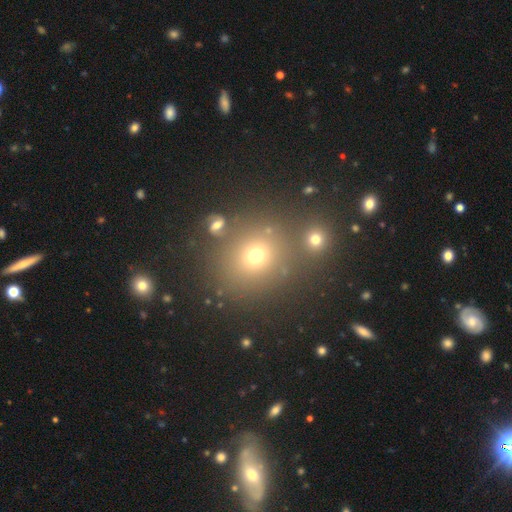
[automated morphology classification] This appears to be a smooth galaxy with no disk features (62%) that is round (80%). Merging: none (77%).